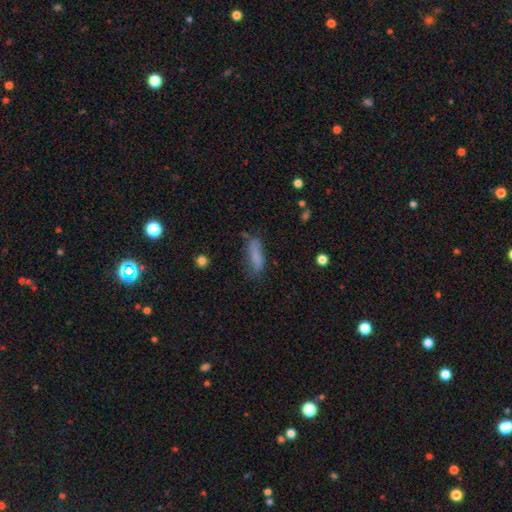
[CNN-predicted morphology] Smooth or featured? Predicted: smooth (p=0.79). How rounded? Predicted: in between (p=0.49). Merging? Predicted: none (p=0.64).